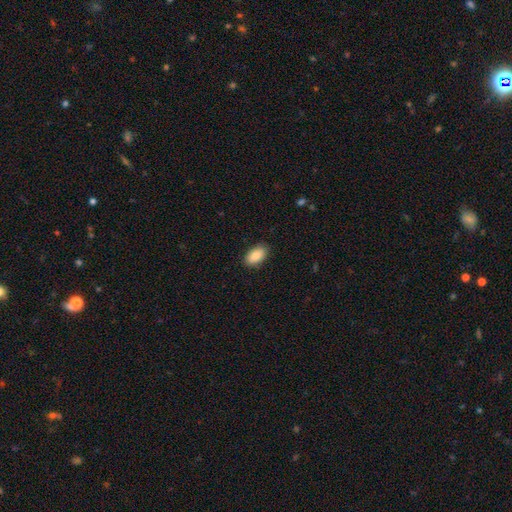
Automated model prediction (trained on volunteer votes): smooth-or-featured: smooth: 89% | star or artifact: 6% | featured or disk: 5%
  how-rounded: in between: 94% | round: 4% | cigar-shaped: 2%
  merging: none: 88% | minor disturbance: 9% | major disturbance: 2% | merger: 1%